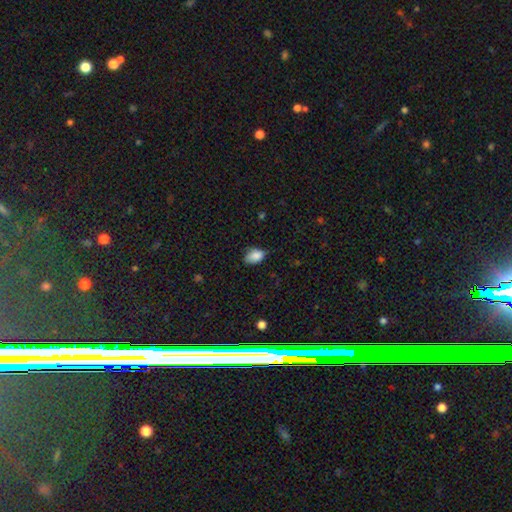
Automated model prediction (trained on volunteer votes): A smooth galaxy with no disk features (85%) that is in between round and cigar-shaped (87%).

Vote fractions:
- Smooth or featured? smooth: 85% / star or artifact: 8% / featured or disk: 7%
- How rounded? in between: 87% / round: 11% / cigar-shaped: 2%
- Merging? none: 57% / minor disturbance: 35% / major disturbance: 6% / merger: 1%